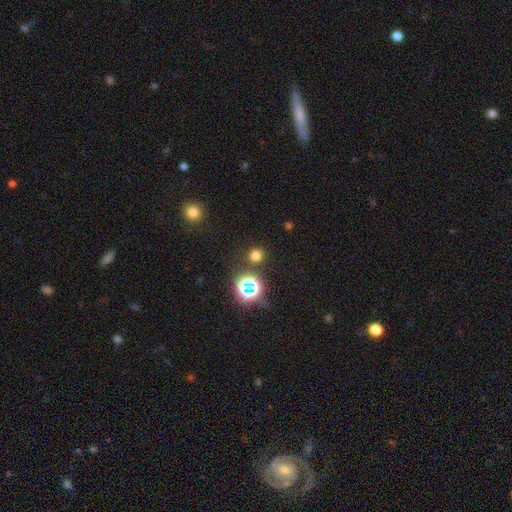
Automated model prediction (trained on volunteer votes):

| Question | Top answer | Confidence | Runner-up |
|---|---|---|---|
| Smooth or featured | smooth | 68% | star or artifact (27%) |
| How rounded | round | 91% | in between (8%) |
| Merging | none | 87% | minor disturbance (6%) |